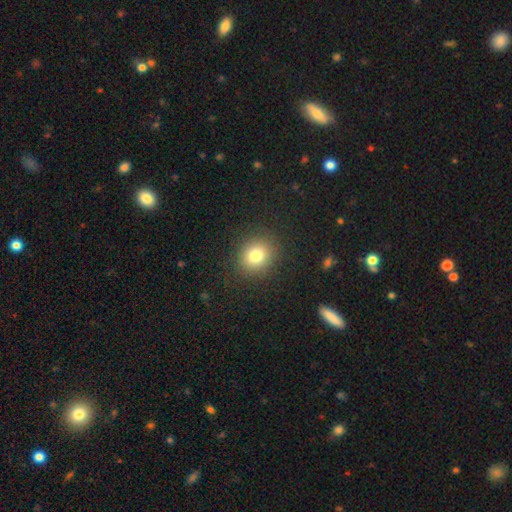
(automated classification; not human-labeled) This is likely a smooth galaxy (80%). How rounded: likely round (78%). Merging: clearly none (89%).